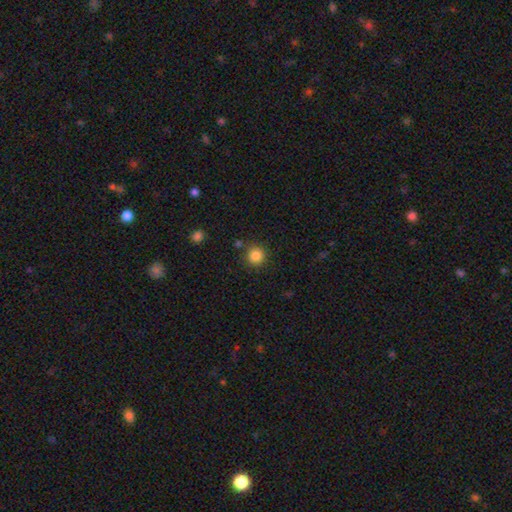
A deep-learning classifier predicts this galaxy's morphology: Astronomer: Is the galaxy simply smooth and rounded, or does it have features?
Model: smooth — 85%.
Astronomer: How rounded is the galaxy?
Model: round — 94%.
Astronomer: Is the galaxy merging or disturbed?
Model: none — 85%.